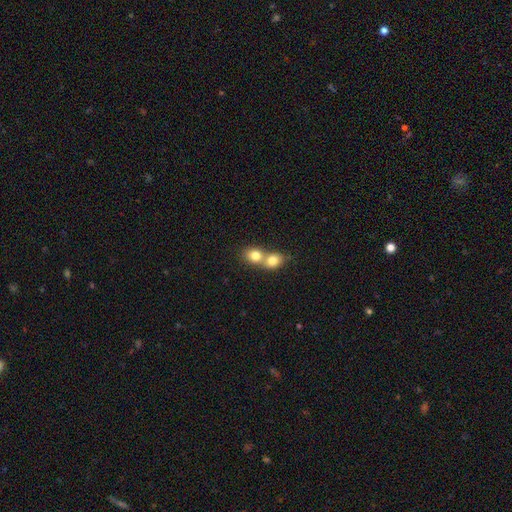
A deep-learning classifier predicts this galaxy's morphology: Smooth or featured?
  - smooth: 78% *
  - featured or disk: 13%
  - star or artifact: 10%
How rounded?
  - round: 59% *
  - in between: 39%
  - cigar-shaped: 1%
Merging?
  - merger: 71% *
  - none: 23%
  - minor disturbance: 4%
  - major disturbance: 2%